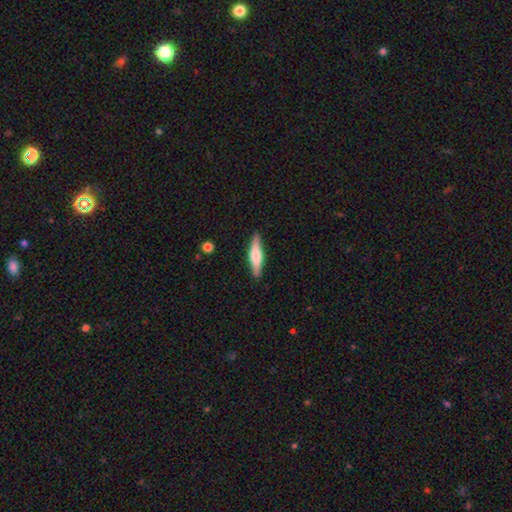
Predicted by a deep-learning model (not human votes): This is possibly a smooth galaxy (54%). How rounded: likely cigar-shaped (76%). Merging: clearly none (89%).